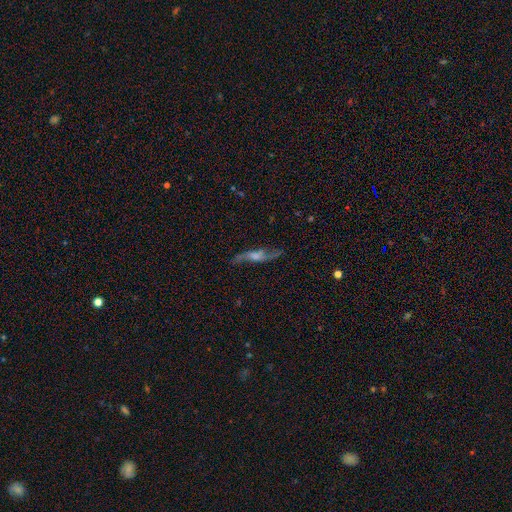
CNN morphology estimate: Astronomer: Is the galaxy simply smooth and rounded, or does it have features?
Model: featured or disk — 73%.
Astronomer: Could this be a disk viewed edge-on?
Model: no — 61% (runner-up: yes, 39%).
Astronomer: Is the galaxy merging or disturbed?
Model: none — 69%.